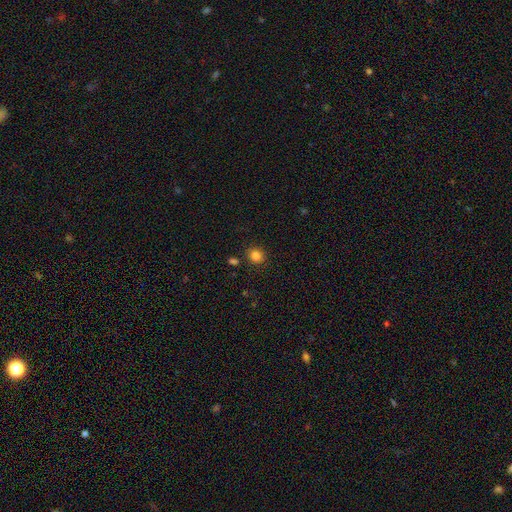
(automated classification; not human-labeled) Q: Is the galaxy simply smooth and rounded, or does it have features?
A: smooth — 84%.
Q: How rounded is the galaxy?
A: round — 87%.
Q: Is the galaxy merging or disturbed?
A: none — 86%.